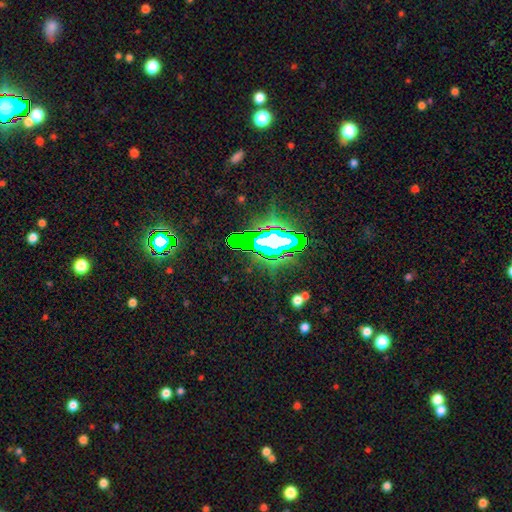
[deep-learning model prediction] Smooth or featured? Predicted: star or artifact (p=0.68).